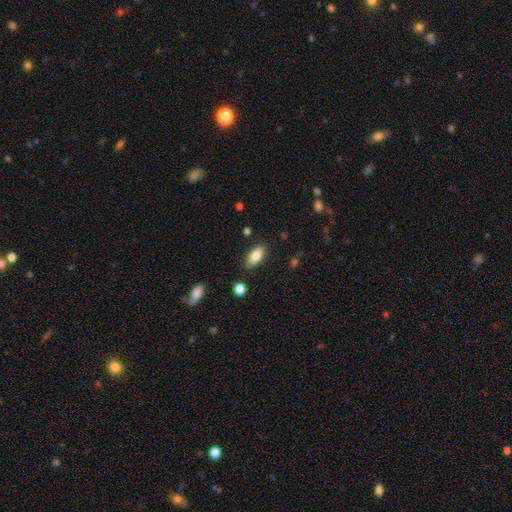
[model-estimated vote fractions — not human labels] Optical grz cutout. It shows a smooth galaxy with no disk features (83%) that is in between round and cigar-shaped (88%). Merging: none (86%).